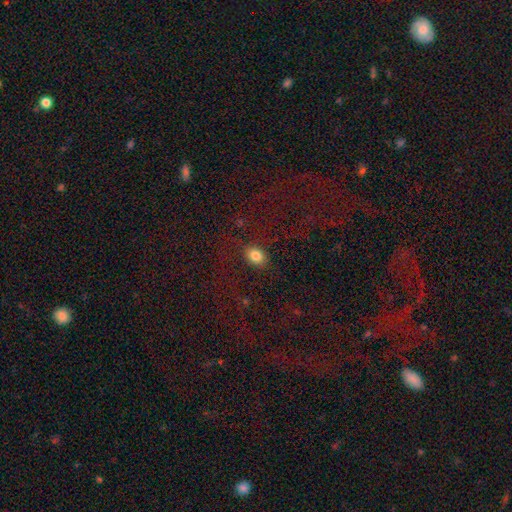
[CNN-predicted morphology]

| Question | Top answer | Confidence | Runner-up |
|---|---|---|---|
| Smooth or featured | smooth | 80% | star or artifact (13%) |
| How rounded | in between | 70% | round (28%) |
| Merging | none | 82% | minor disturbance (11%) |